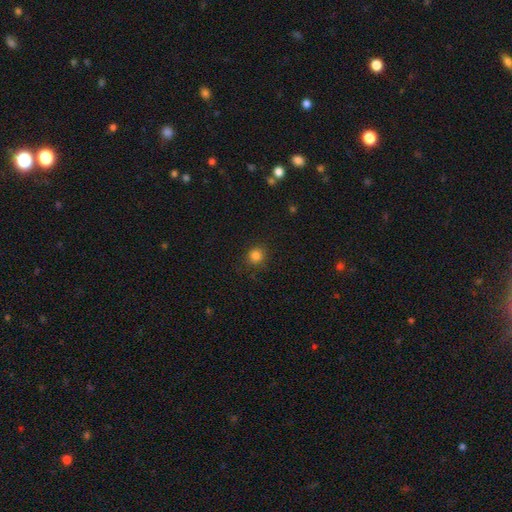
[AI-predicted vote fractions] This is clearly a smooth galaxy (83%). How rounded: clearly round (90%). Merging: clearly none (89%).